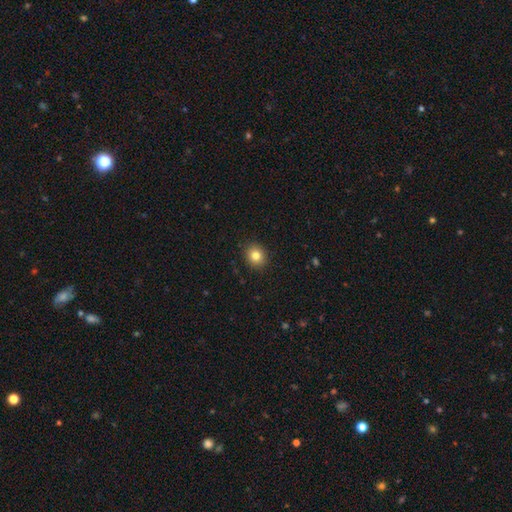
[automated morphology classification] A smooth galaxy with no disk features (81%) that is round (75%).

Vote fractions:
- Smooth or featured? smooth: 81% / star or artifact: 11% / featured or disk: 8%
- How rounded? round: 75% / in between: 24% / cigar-shaped: 1%
- Merging? none: 91% / minor disturbance: 6% / major disturbance: 2% / merger: 1%